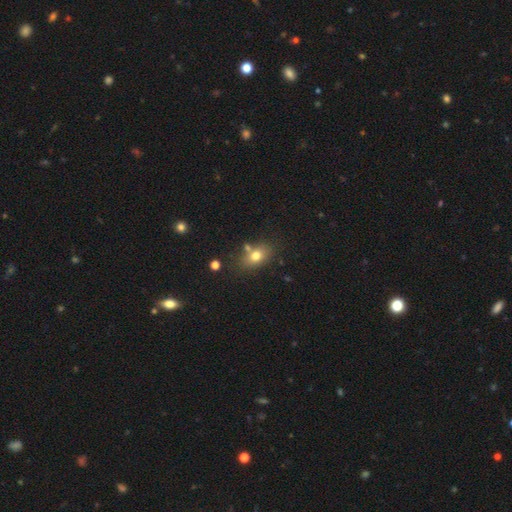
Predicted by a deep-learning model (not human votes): smooth-or-featured: smooth: 75% | featured or disk: 13% | star or artifact: 12%
  how-rounded: in between: 73% | round: 24% | cigar-shaped: 2%
  merging: none: 67% | minor disturbance: 15% | merger: 14% | major disturbance: 4%